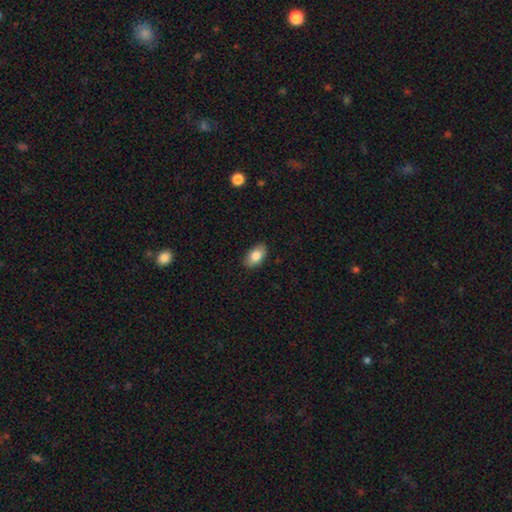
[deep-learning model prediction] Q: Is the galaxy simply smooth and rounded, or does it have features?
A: smooth — 83%.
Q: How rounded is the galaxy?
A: in between — 93%.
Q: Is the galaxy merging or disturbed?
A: none — 87%.